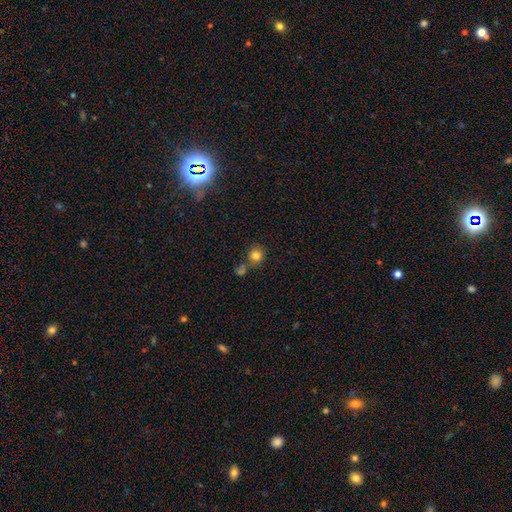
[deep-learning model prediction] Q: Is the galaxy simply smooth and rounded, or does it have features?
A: smooth — 81%.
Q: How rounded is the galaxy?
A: round — 89%.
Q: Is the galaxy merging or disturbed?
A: none — 63%.